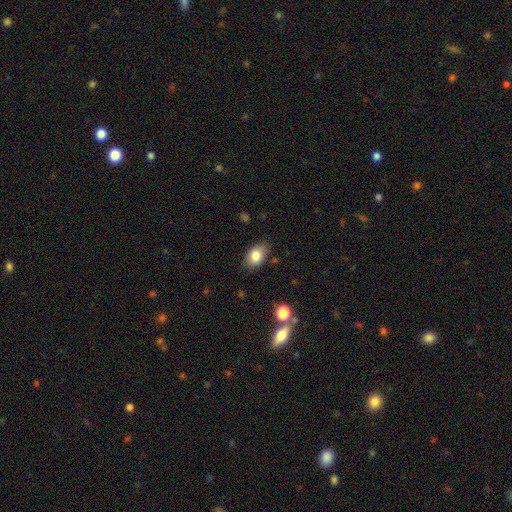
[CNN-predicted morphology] Overall: smooth (83%). How rounded: in between (86%). Merging: none (80%).